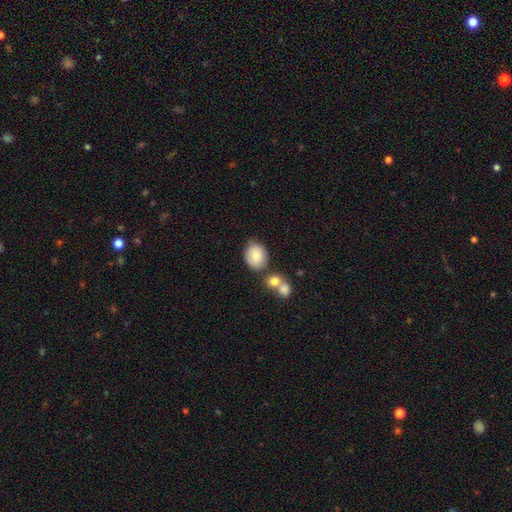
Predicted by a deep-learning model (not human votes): A smooth galaxy with no disk features (80%) that is round (51%).

Vote fractions:
- Smooth or featured? smooth: 80% / featured or disk: 12% / star or artifact: 8%
- How rounded? round: 51% / in between: 48% / cigar-shaped: 1%
- Merging? none: 63% / merger: 16% / minor disturbance: 16% / major disturbance: 4%